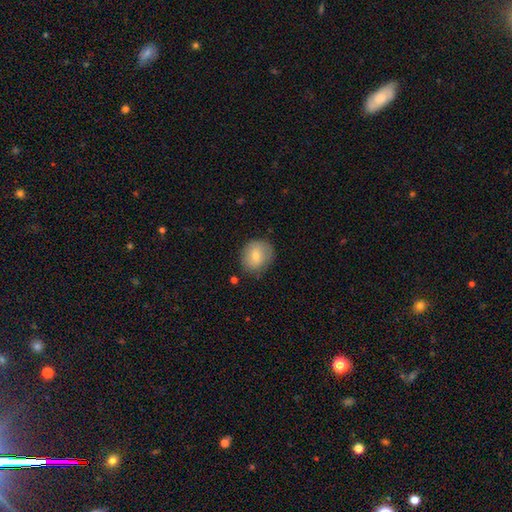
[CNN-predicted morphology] Smooth or featured?
  - smooth: 71% *
  - featured or disk: 20%
  - star or artifact: 9%
How rounded?
  - round: 70% *
  - in between: 29%
  - cigar-shaped: 1%
Merging?
  - none: 79% *
  - minor disturbance: 16%
  - major disturbance: 4%
  - merger: 2%